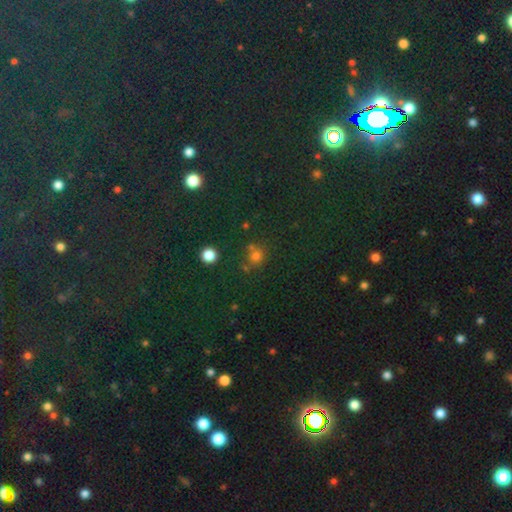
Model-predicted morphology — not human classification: Smooth or featured?
  - smooth: 68% *
  - star or artifact: 24%
  - featured or disk: 8%
How rounded?
  - round: 84% *
  - in between: 15%
  - cigar-shaped: 1%
Merging?
  - none: 65% *
  - merger: 18%
  - minor disturbance: 12%
  - major disturbance: 6%